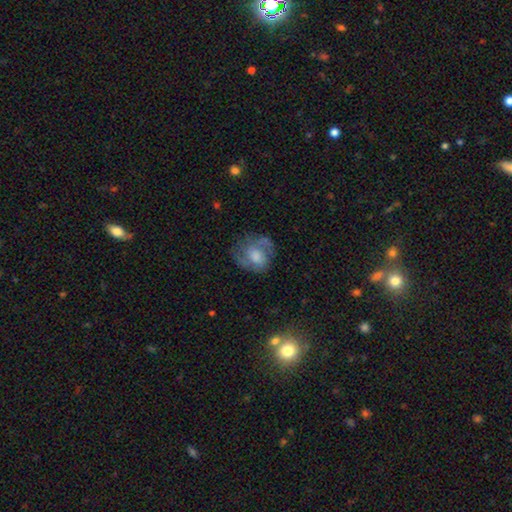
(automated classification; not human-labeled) Q: Smooth or featured?
A: featured or disk (62%); runner-up: smooth (29%)
Q: Edge-on disk?
A: no (97%); runner-up: yes (3%)
Q: Bar?
A: no (58%); runner-up: weak (35%)
Q: Spiral arms?
A: yes (82%); runner-up: no (18%)
Q: Bulge size?
A: moderate (44%); runner-up: large (27%)
Q: Merging?
A: none (66%); runner-up: minor disturbance (20%)